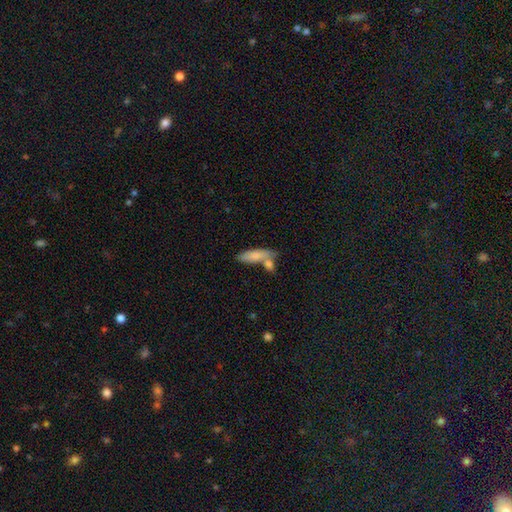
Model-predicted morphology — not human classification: Smooth or featured? Predicted: smooth (p=0.80). How rounded? Predicted: in between (p=0.52). Merging? Predicted: none (p=0.47).